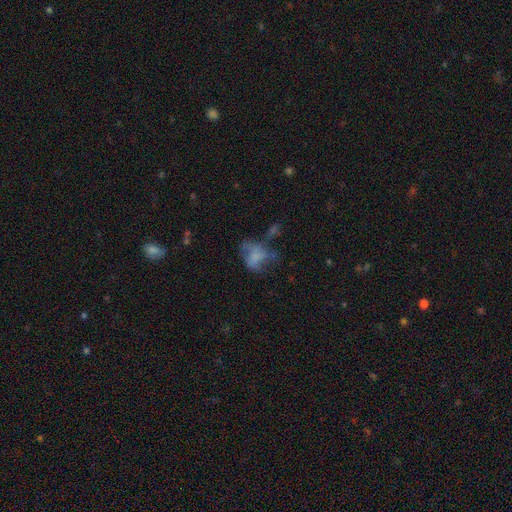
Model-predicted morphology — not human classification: smooth_or_featured: smooth (p=0.51) [alt: featured or disk p=0.35]
how_rounded: in between (p=0.66) [alt: round p=0.32]
merging: major disturbance (p=0.39) [alt: none p=0.28]